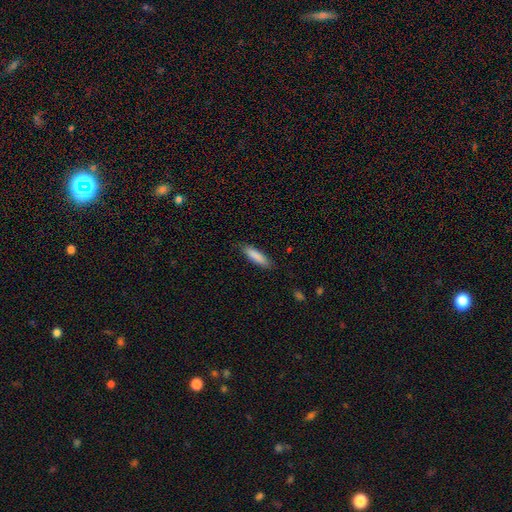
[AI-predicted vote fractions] This is clearly a smooth galaxy (86%). How rounded: likely cigar-shaped (68%). Merging: clearly none (85%).